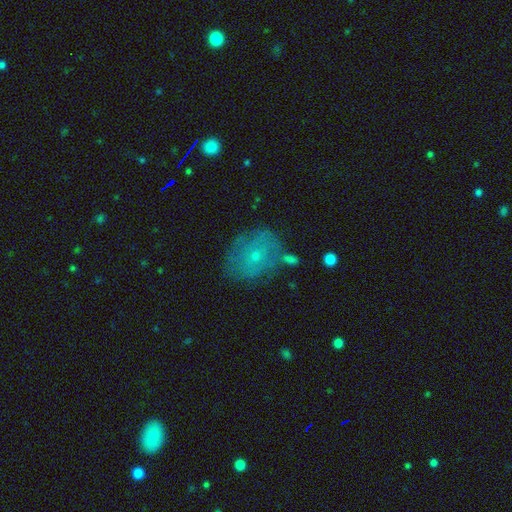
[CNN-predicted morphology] Overall: smooth (49%; featured or disk 38%). Merging: none (64%).